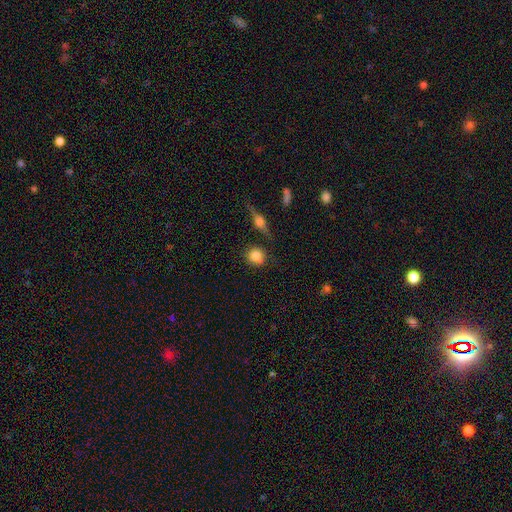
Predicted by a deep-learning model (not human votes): A smooth galaxy with no disk features (79%) that is round (83%).

Vote fractions:
- Smooth or featured? smooth: 79% / featured or disk: 12% / star or artifact: 9%
- How rounded? round: 83% / in between: 15% / cigar-shaped: 2%
- Merging? none: 78% / minor disturbance: 13% / merger: 5% / major disturbance: 4%